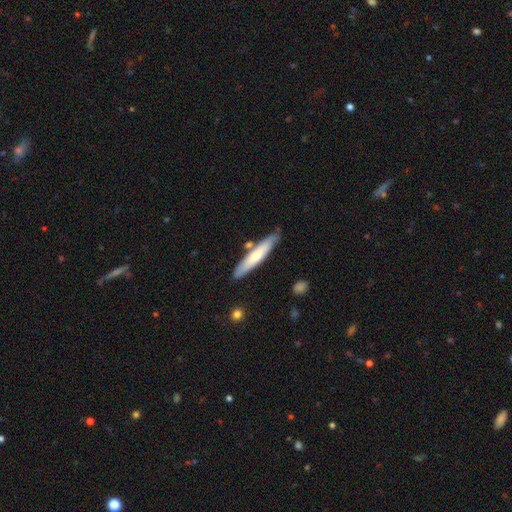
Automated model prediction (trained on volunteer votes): Smooth or featured? smooth (58%)
How rounded? cigar-shaped (89%)
Merging? none (81%)